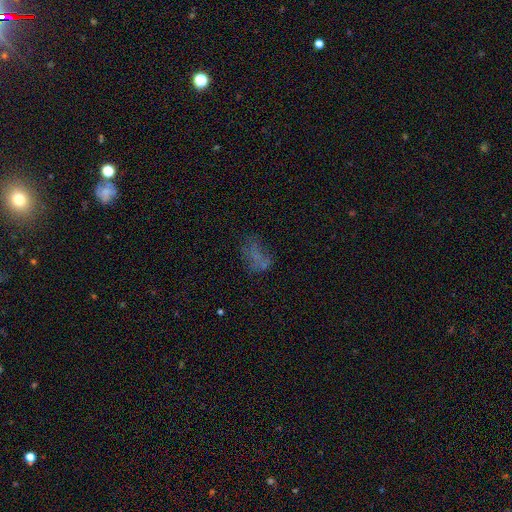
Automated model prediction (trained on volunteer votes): This is possibly a smooth galaxy (46%). Merging: marginally none (44%).